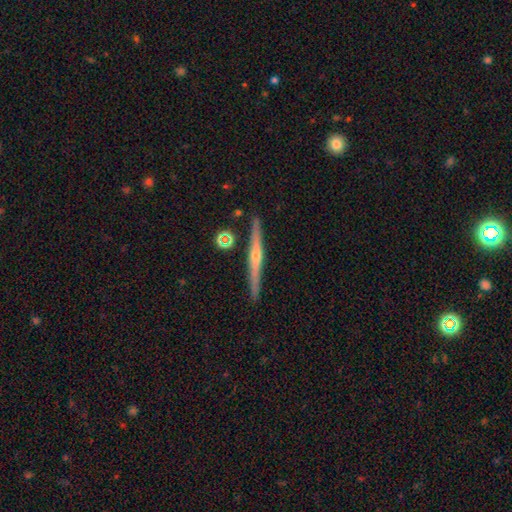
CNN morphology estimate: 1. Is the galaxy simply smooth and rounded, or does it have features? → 77% featured or disk, 17% smooth, 6% star or artifact.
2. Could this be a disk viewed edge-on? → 98% yes, 2% no.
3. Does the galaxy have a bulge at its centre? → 81% rounded, 15% none, 4% boxy.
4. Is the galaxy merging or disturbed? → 90% none, 6% minor disturbance, 2% merger, 1% major disturbance.